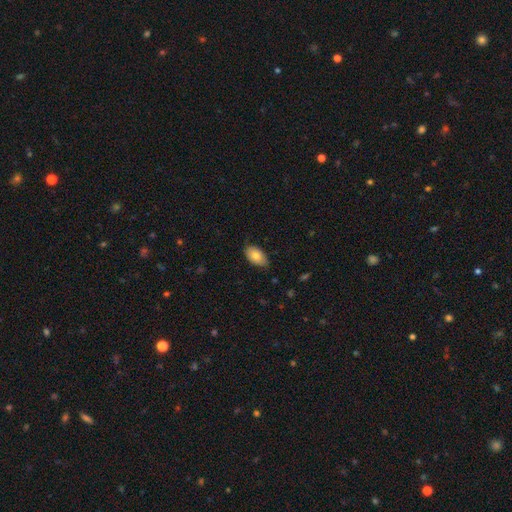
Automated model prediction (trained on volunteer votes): A smooth galaxy with no disk features (79%) that is in between round and cigar-shaped (93%).

Vote fractions:
- Smooth or featured? smooth: 79% / featured or disk: 14% / star or artifact: 7%
- How rounded? in between: 93% / round: 5% / cigar-shaped: 2%
- Merging? none: 76% / minor disturbance: 20% / major disturbance: 3% / merger: 1%